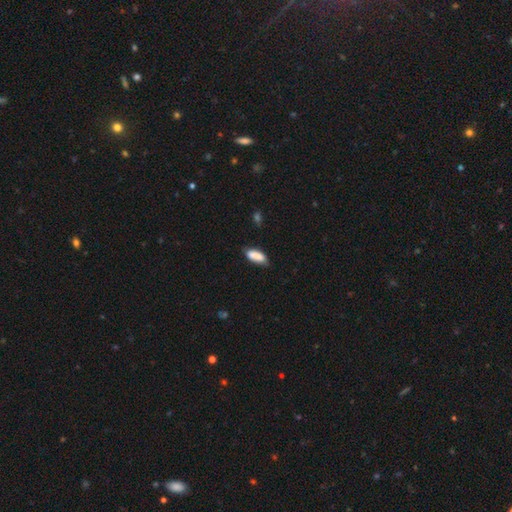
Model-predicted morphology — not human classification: smooth_or_featured: smooth (p=0.85) [alt: featured or disk p=0.08]
how_rounded: in between (p=0.71) [alt: cigar-shaped p=0.27]
merging: none (p=0.66) [alt: minor disturbance p=0.26]